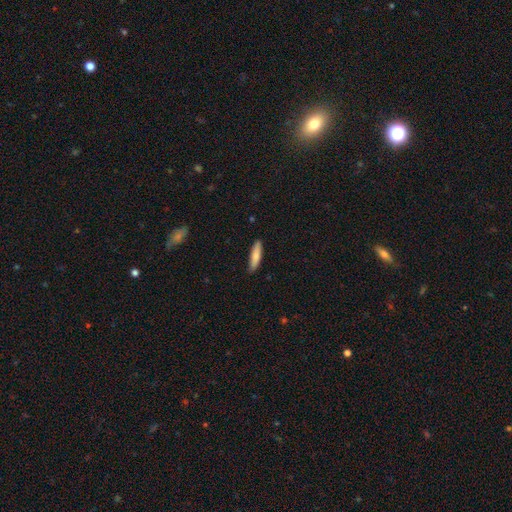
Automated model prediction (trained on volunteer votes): A smooth galaxy with no disk features (81%) that is cigar-shaped (80%).

Vote fractions:
- Smooth or featured? smooth: 81% / featured or disk: 13% / star or artifact: 6%
- How rounded? cigar-shaped: 80% / in between: 19% / round: 1%
- Merging? none: 85% / minor disturbance: 11% / major disturbance: 2% / merger: 1%